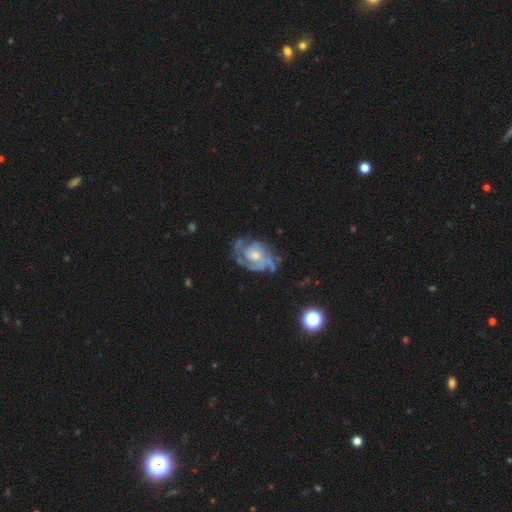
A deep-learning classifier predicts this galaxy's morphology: Overall: featured or disk (87%). Edge-on disk: no (98%). Bar: no (71%). Spiral arms: yes (96%). Spiral arm count: 2 (33%; 3 27%). Spiral winding: tight (54%; medium 37%). Bulge size: small (47%; moderate 46%). Merging: none (57%; minor disturbance 24%).